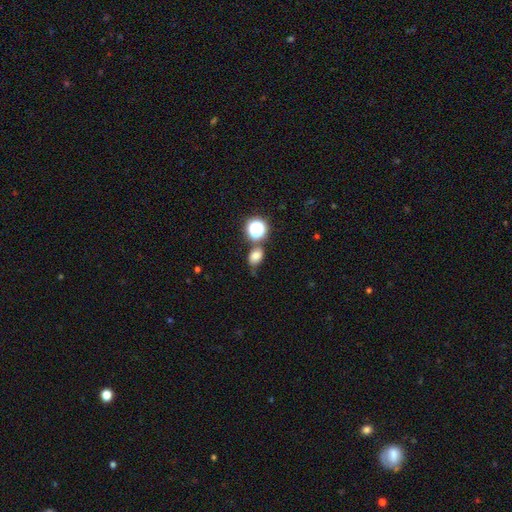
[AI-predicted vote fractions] Smooth or featured? smooth (74%)
How rounded? in between (63%)
Merging? none (59%)